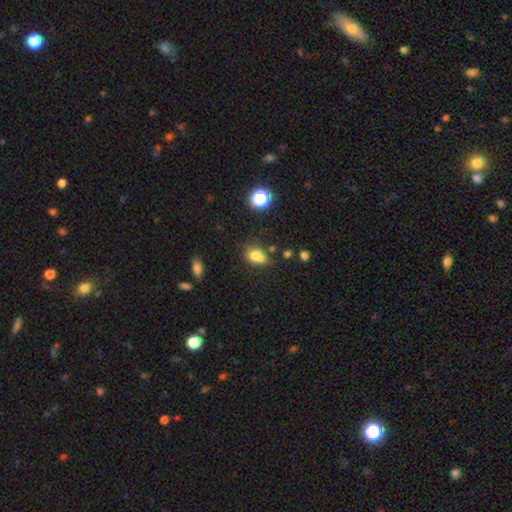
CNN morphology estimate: This appears to be a smooth galaxy with no disk features (70%) that is round (57%). Merging: merger (44%).